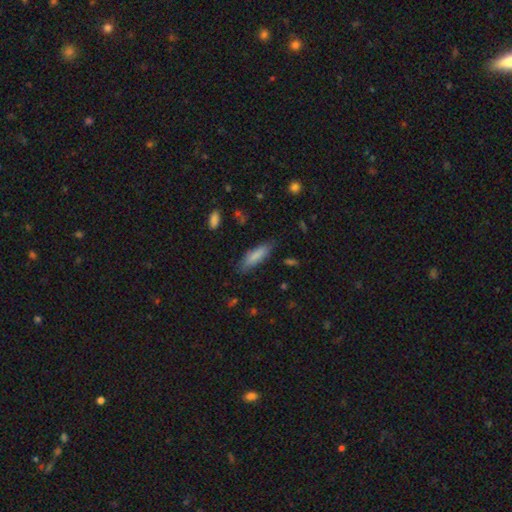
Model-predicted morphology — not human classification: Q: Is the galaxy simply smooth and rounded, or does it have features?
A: smooth — 81%.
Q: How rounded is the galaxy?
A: cigar-shaped — 51%.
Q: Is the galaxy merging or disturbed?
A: none — 77%.